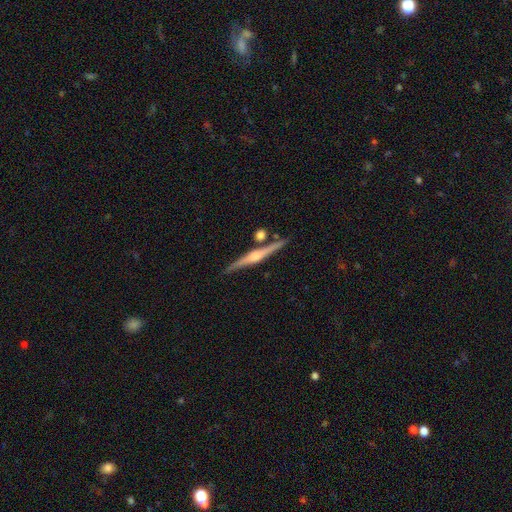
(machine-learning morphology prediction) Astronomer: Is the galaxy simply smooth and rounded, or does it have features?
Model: featured or disk — 79%.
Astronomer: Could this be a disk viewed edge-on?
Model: yes — 98%.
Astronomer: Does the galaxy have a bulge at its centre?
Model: rounded — 85%.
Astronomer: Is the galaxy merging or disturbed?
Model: none — 83%.